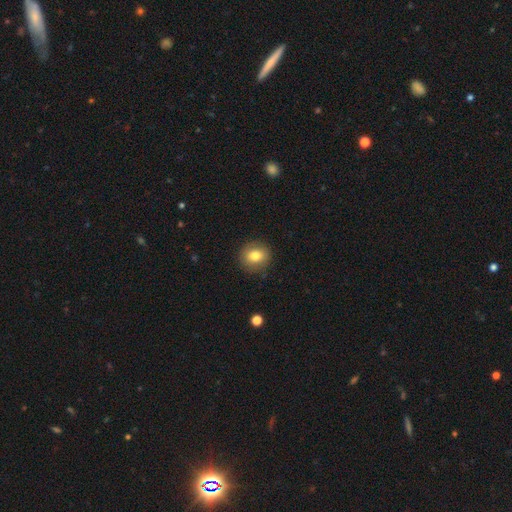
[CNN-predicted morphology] This is likely a smooth galaxy (78%). How rounded: clearly round (80%). Merging: clearly none (88%).